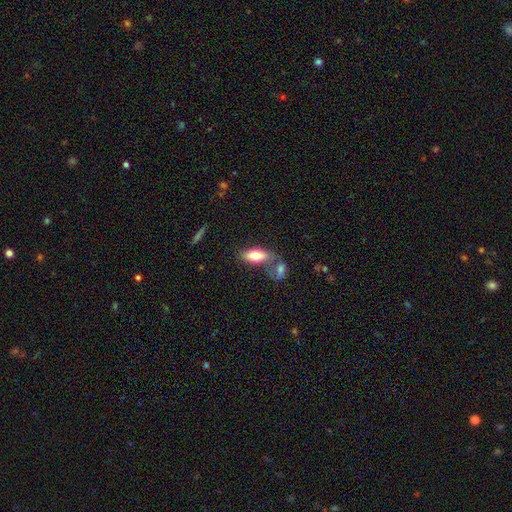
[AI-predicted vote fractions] Q: Smooth or featured?
A: smooth (75%); runner-up: featured or disk (19%)
Q: How rounded?
A: in between (81%); runner-up: cigar-shaped (16%)
Q: Merging?
A: none (50%); runner-up: merger (28%)